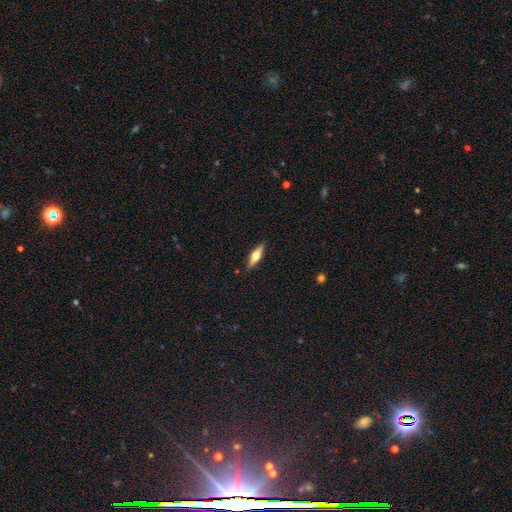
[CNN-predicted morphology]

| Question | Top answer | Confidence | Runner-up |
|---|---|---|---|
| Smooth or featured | featured or disk | 59% | smooth (35%) |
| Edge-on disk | yes | 95% | no (5%) |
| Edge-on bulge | rounded | 95% | boxy (3%) |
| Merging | none | 89% | minor disturbance (8%) |